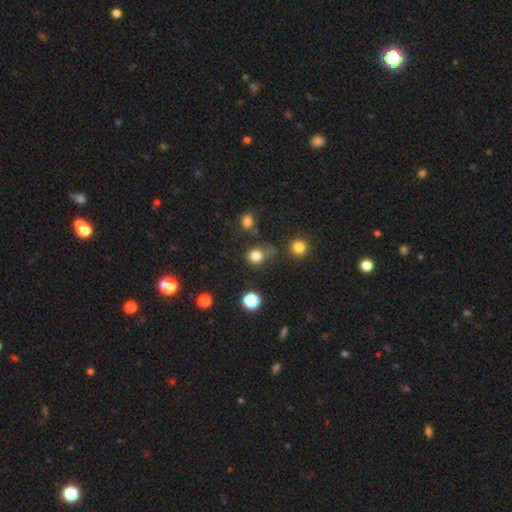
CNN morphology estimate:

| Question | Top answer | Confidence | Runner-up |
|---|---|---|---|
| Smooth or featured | smooth | 78% | star or artifact (16%) |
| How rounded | round | 83% | in between (16%) |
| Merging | none | 63% | minor disturbance (19%) |